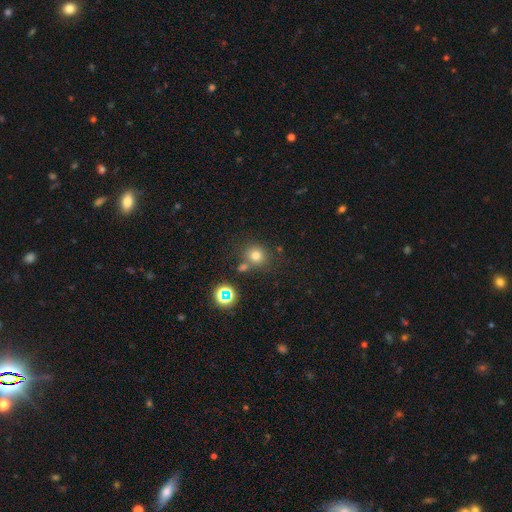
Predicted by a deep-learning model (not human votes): smooth_or_featured: smooth (p=0.72) [alt: star or artifact p=0.19]
how_rounded: round (p=0.85) [alt: in between p=0.14]
merging: none (p=0.70) [alt: merger p=0.15]